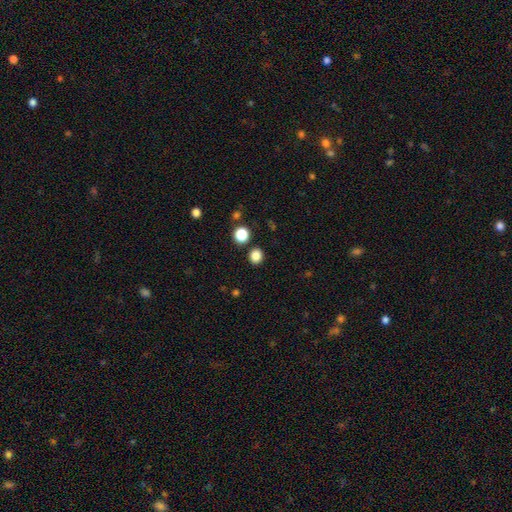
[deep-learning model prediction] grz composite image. It shows a smooth galaxy with no disk features (84%) that is round (84%). Merging: none (89%).